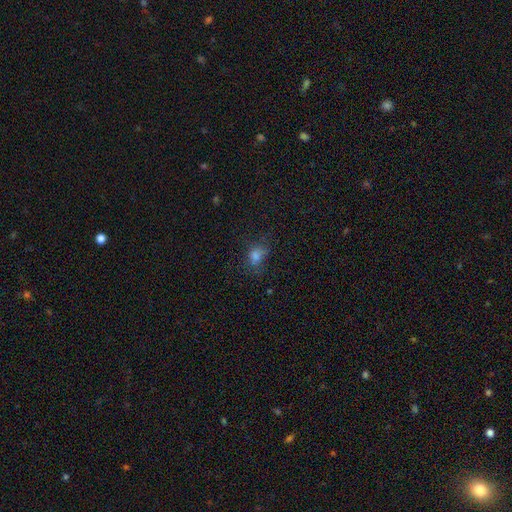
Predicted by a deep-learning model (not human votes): Morphology: type=smooth (68%); roundness=in between (58%); merging=none (56%).